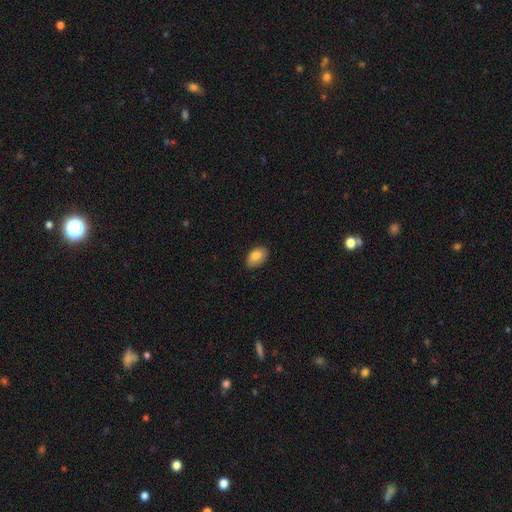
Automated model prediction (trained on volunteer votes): Smooth or featured? smooth (85%)
How rounded? in between (91%)
Merging? none (82%)